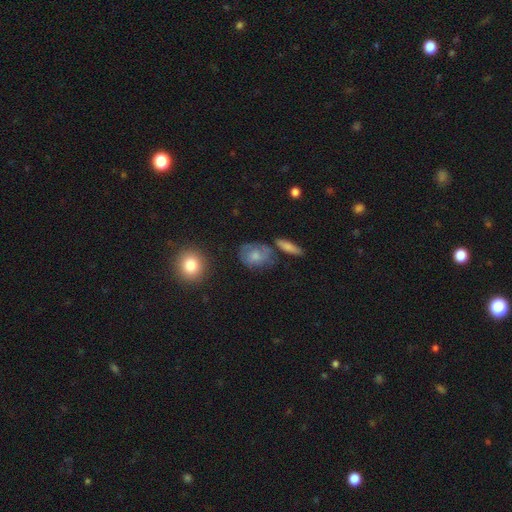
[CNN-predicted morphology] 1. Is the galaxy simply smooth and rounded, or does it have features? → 55% smooth, 37% featured or disk, 9% star or artifact.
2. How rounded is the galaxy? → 55% in between, 42% round, 2% cigar-shaped.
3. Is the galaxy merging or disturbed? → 55% none, 25% minor disturbance, 12% major disturbance, 8% merger.